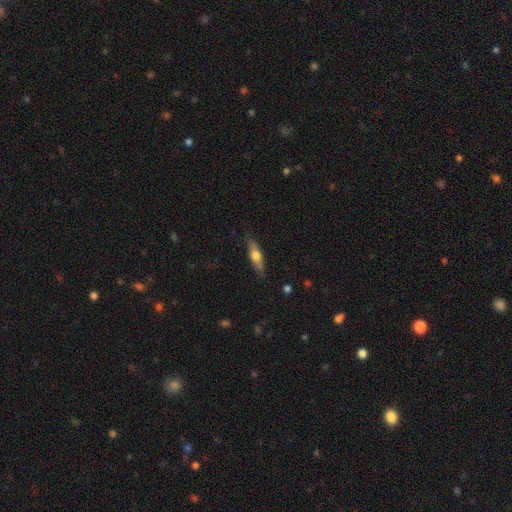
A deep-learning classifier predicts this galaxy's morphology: This appears to be a smooth galaxy with no disk features (56%) that is cigar-shaped (58%). Merging: none (83%).